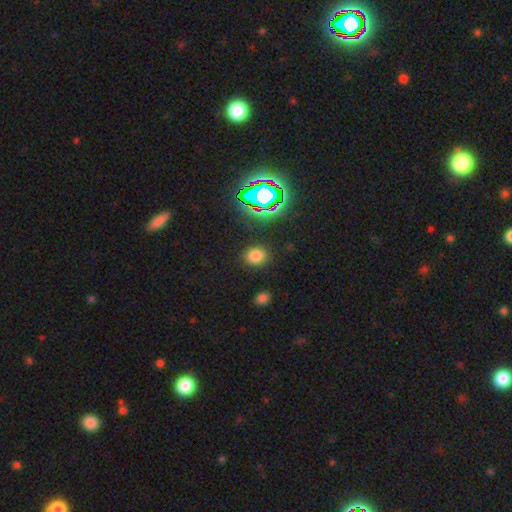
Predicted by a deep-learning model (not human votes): Smooth or featured?
  - smooth: 73% *
  - star or artifact: 21%
  - featured or disk: 6%
How rounded?
  - round: 56% *
  - in between: 42%
  - cigar-shaped: 1%
Merging?
  - none: 87% *
  - minor disturbance: 8%
  - major disturbance: 3%
  - merger: 2%